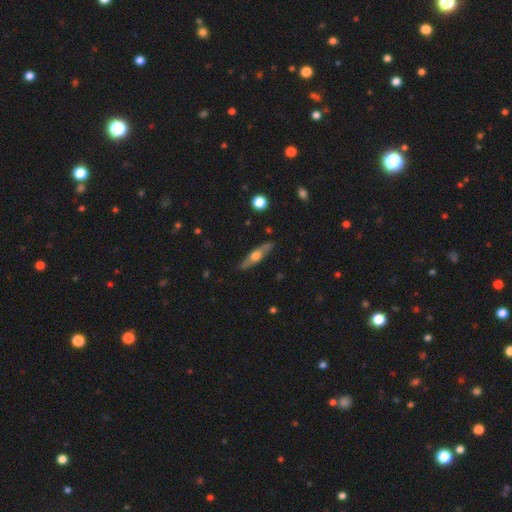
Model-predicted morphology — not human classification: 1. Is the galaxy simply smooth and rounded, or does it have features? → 57% featured or disk, 37% smooth, 6% star or artifact.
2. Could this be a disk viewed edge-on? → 87% yes, 13% no.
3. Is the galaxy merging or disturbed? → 85% none, 12% minor disturbance, 2% major disturbance, 2% merger.